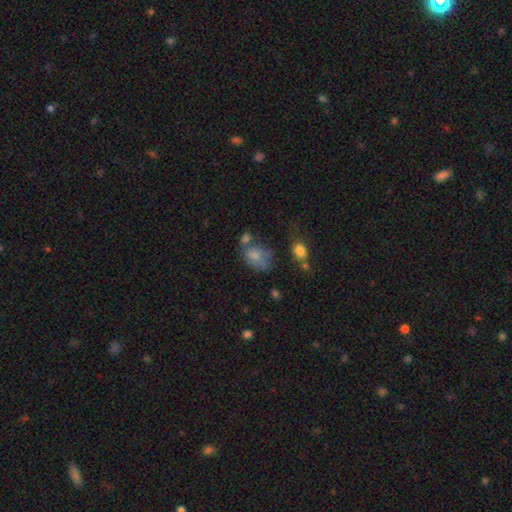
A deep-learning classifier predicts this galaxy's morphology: Smooth or featured: smooth — 75% (featured or disk — 15%)
How rounded: in between — 67% (round — 32%)
Merging: none — 34% (minor disturbance — 25%)